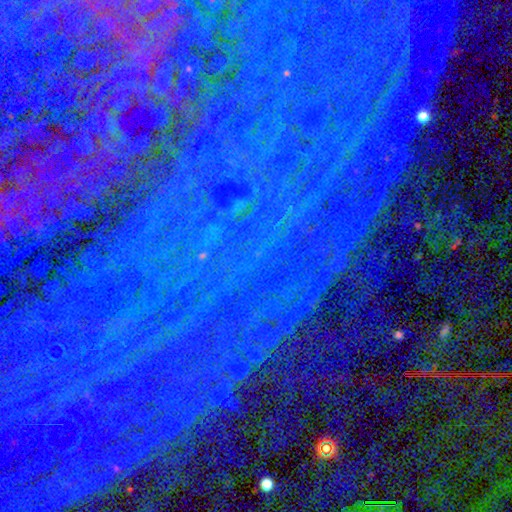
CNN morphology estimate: Smooth or featured? star or artifact (88%)